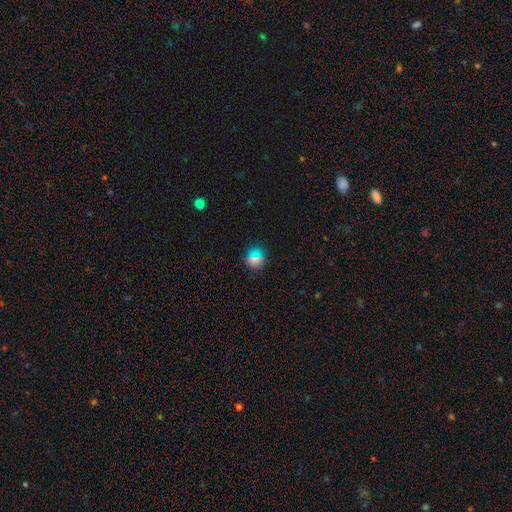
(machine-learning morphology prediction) smooth 70%, star or artifact 23%, featured or disk 7%. Down the decision tree: how rounded — round (88%); merging — none (88%).